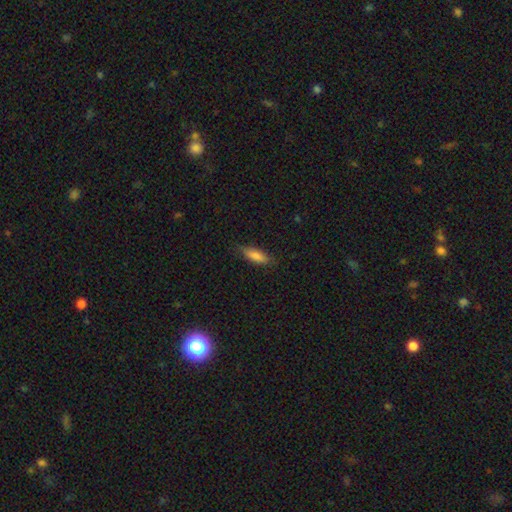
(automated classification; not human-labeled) The model was most divided on "how rounded": in between: 63%, cigar-shaped: 35%, round: 2%. More confident: smooth or featured — smooth (82%); merging — none (81%).